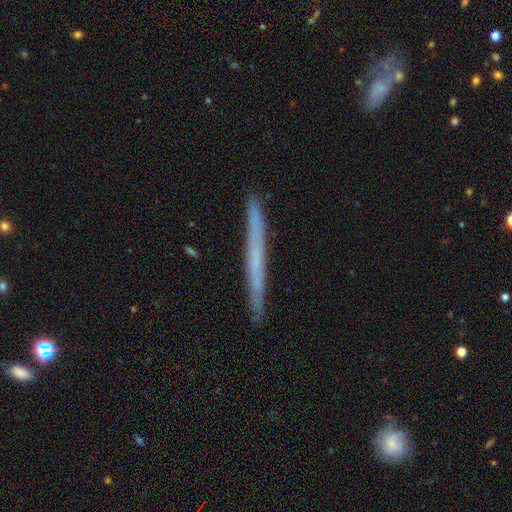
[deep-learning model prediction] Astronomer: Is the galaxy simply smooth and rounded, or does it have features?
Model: featured or disk — 50% (runner-up: smooth, 44%).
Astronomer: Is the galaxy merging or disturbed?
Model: none — 91%.